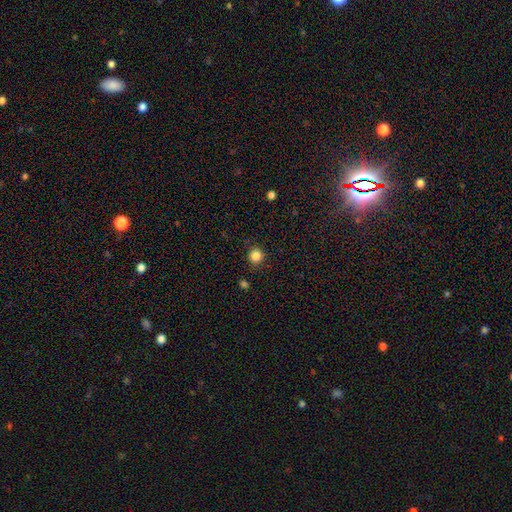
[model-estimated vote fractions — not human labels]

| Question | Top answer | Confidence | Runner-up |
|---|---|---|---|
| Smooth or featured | smooth | 85% | star or artifact (12%) |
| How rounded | round | 93% | in between (6%) |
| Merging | none | 90% | minor disturbance (7%) |